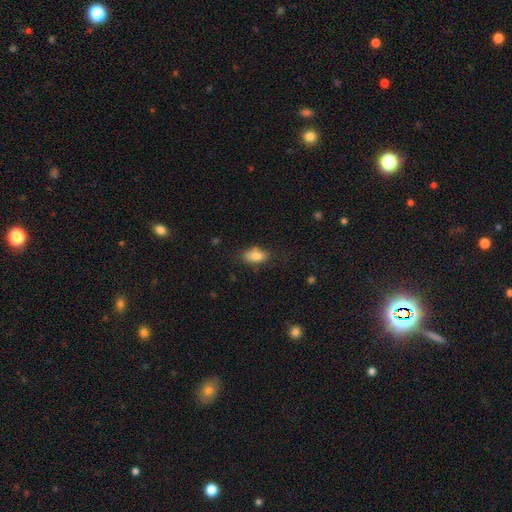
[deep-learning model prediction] smooth-or-featured: smooth: 83% | featured or disk: 8% | star or artifact: 8%
  how-rounded: in between: 88% | round: 7% | cigar-shaped: 5%
  merging: none: 71% | minor disturbance: 20% | major disturbance: 6% | merger: 3%